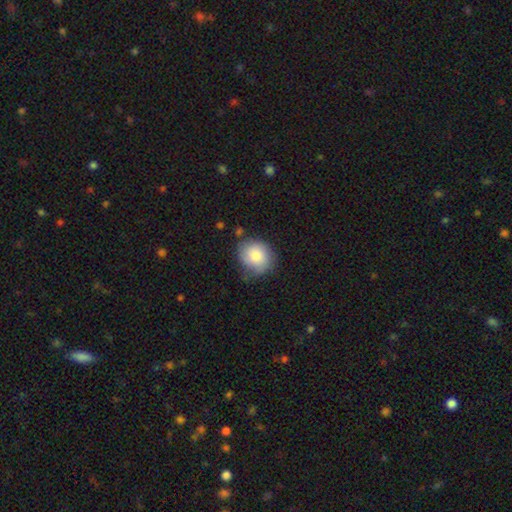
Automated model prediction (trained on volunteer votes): A smooth galaxy with no disk features (83%) that is round (75%).

Vote fractions:
- Smooth or featured? smooth: 83% / featured or disk: 10% / star or artifact: 7%
- How rounded? round: 75% / in between: 25% / cigar-shaped: 1%
- Merging? none: 67% / minor disturbance: 24% / major disturbance: 6% / merger: 3%